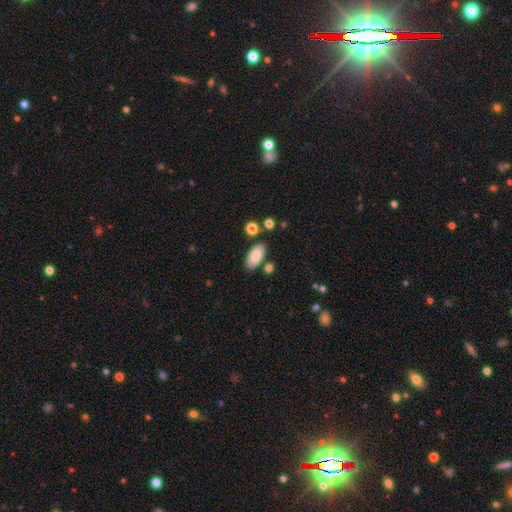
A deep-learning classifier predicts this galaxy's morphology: This is clearly a smooth galaxy (85%). How rounded: clearly in between (93%). Merging: clearly none (81%).